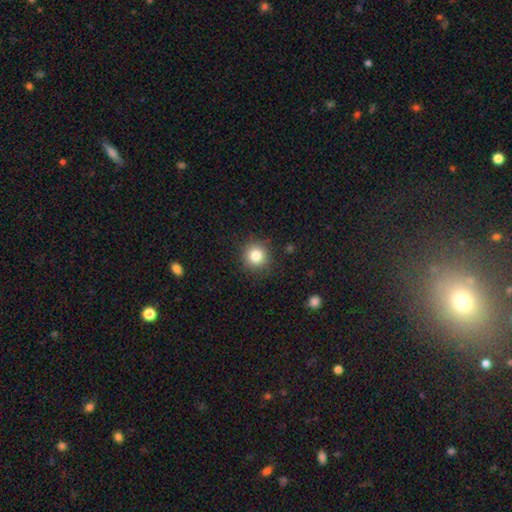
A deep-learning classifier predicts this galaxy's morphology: This appears to be a smooth galaxy with no disk features (82%) that is round (92%). Merging: none (88%).